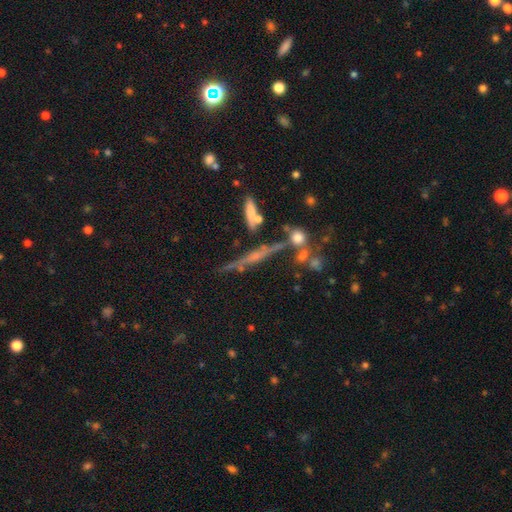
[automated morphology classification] Smooth or featured?
  - featured or disk: 57% *
  - smooth: 26%
  - star or artifact: 18%
Edge-on disk?
  - yes: 84% *
  - no: 16%
Merging?
  - none: 61% *
  - minor disturbance: 17%
  - merger: 13%
  - major disturbance: 10%